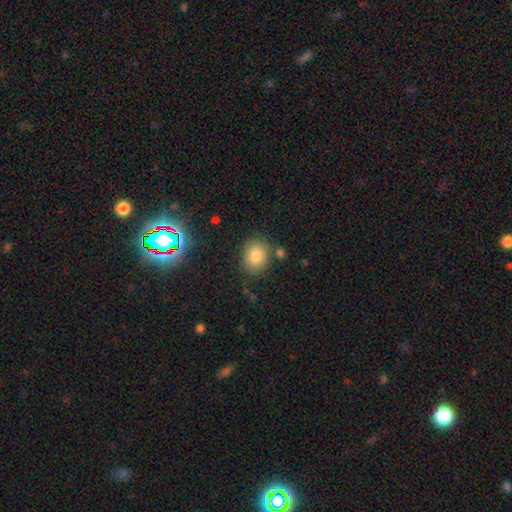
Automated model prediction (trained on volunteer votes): smooth 82%, star or artifact 10%, featured or disk 8%. Down the decision tree: how rounded — round (55%); merging — none (79%).